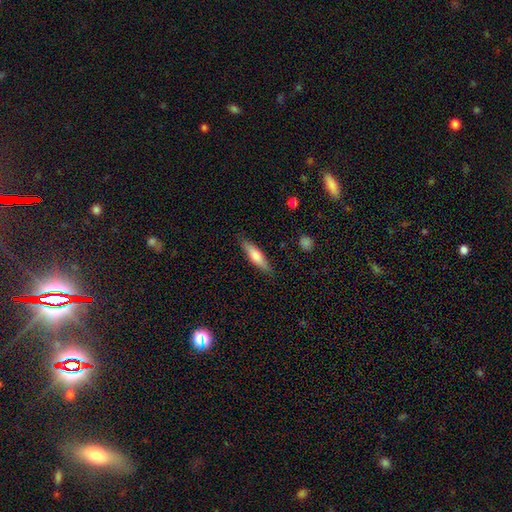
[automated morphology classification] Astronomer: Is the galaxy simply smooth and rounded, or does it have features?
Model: smooth — 66%.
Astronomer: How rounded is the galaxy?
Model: cigar-shaped — 71%.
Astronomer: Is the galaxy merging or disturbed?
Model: none — 86%.